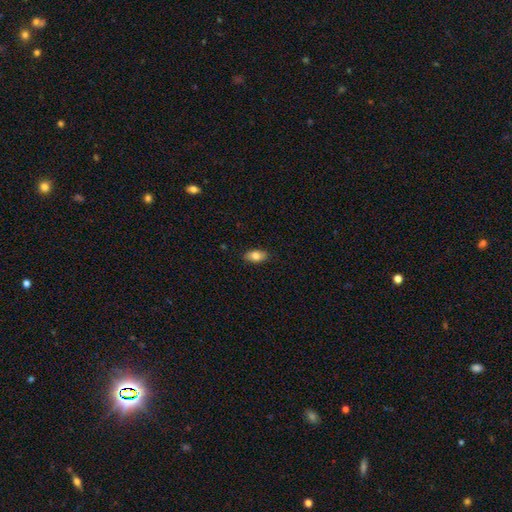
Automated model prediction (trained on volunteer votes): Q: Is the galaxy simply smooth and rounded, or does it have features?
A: smooth — 80%.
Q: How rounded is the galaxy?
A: in between — 91%.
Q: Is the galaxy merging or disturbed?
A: none — 87%.